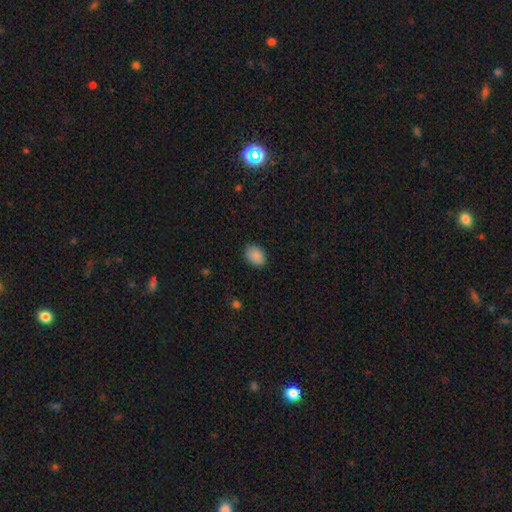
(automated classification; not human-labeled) Smooth or featured?
  - smooth: 89% *
  - star or artifact: 8%
  - featured or disk: 3%
How rounded?
  - in between: 69% *
  - round: 30%
  - cigar-shaped: 1%
Merging?
  - none: 87% *
  - minor disturbance: 10%
  - major disturbance: 2%
  - merger: 1%